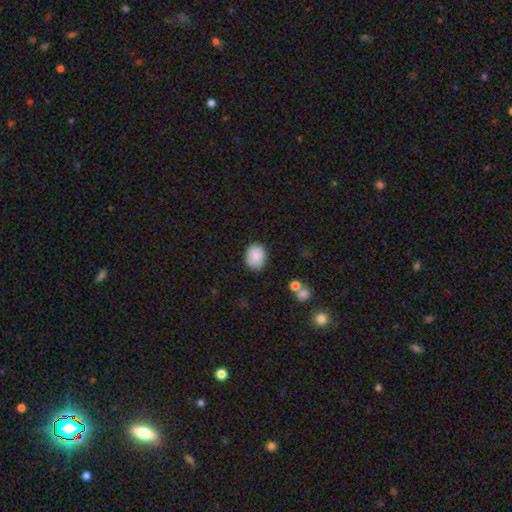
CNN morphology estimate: Smooth or featured? Predicted: smooth (p=0.84). How rounded? Predicted: round (p=0.51). Merging? Predicted: none (p=0.79).